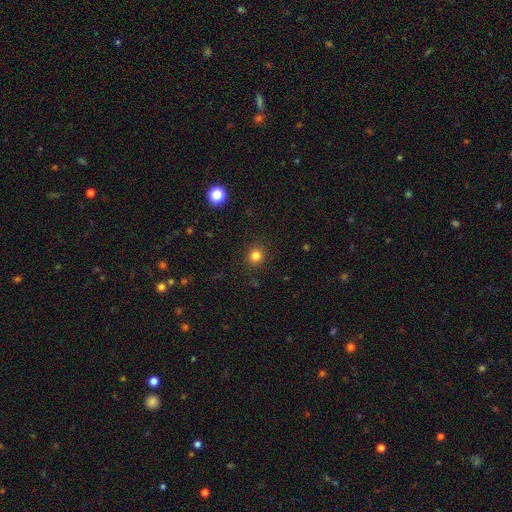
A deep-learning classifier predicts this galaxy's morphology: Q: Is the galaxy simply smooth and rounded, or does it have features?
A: smooth — 82%.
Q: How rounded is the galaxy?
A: round — 92%.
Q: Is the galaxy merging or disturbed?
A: none — 90%.